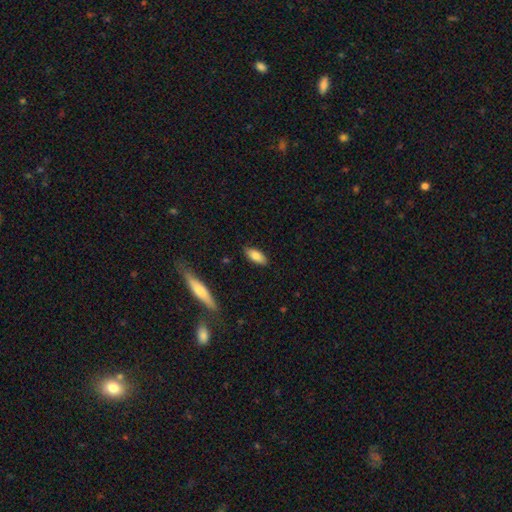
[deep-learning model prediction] This is clearly a smooth galaxy (84%). How rounded: clearly in between (85%). Merging: clearly none (86%).